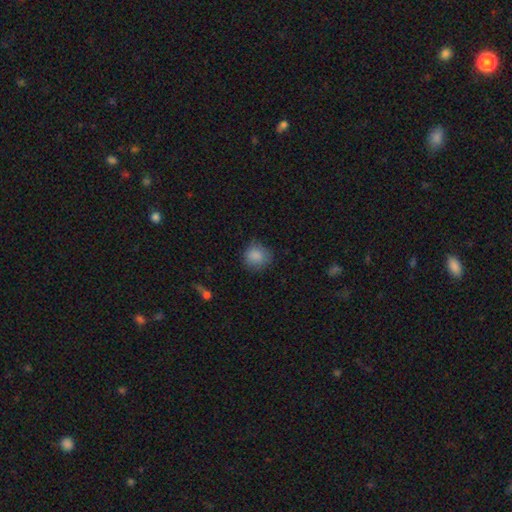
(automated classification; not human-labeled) This appears to be a smooth galaxy with no disk features (86%) that is round (86%). Merging: none (79%).